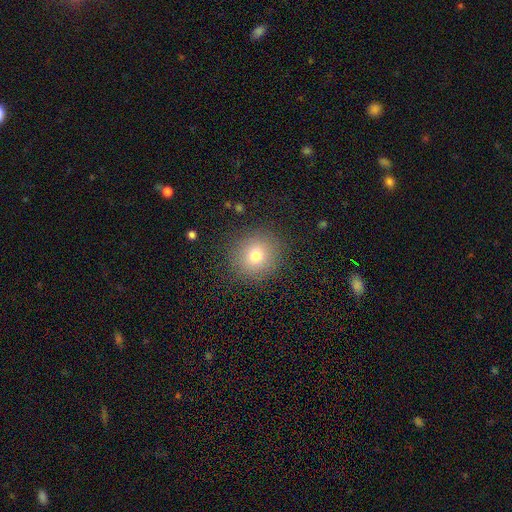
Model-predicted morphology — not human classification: type=smooth (75%); roundness=round (90%); merging=none (88%).